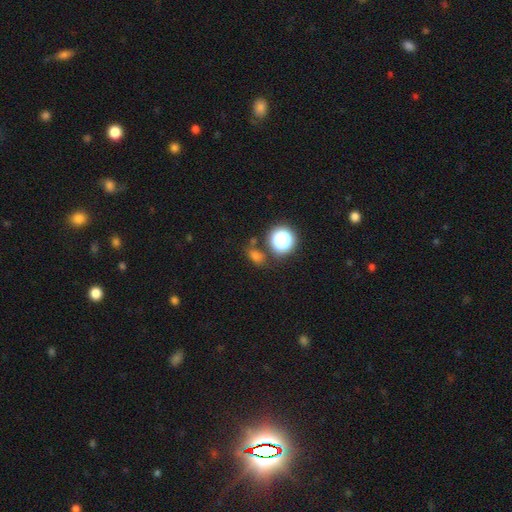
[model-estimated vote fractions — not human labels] The model was most divided on "how rounded": in between: 55%, round: 42%, cigar-shaped: 3%. More confident: smooth or featured — smooth (64%); merging — none (64%).